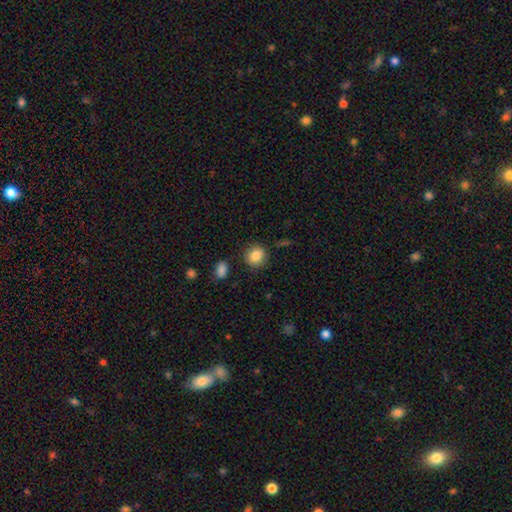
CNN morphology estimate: A smooth galaxy with no disk features (86%) that is round (80%).

Vote fractions:
- Smooth or featured? smooth: 86% / star or artifact: 9% / featured or disk: 5%
- How rounded? round: 80% / in between: 19% / cigar-shaped: 1%
- Merging? none: 85% / minor disturbance: 9% / major disturbance: 3% / merger: 2%